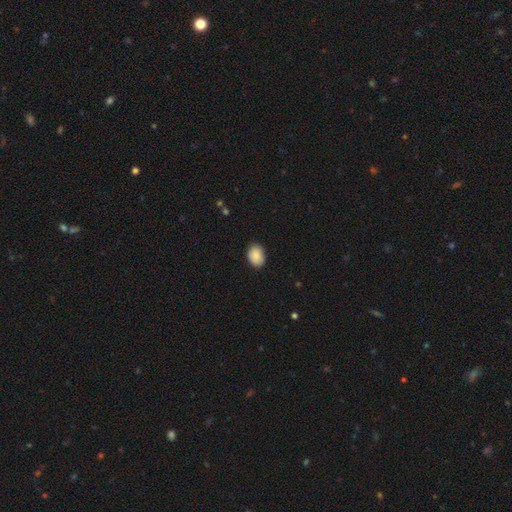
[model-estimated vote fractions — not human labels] Overall: smooth (89%). How rounded: in between (78%). Merging: none (88%).